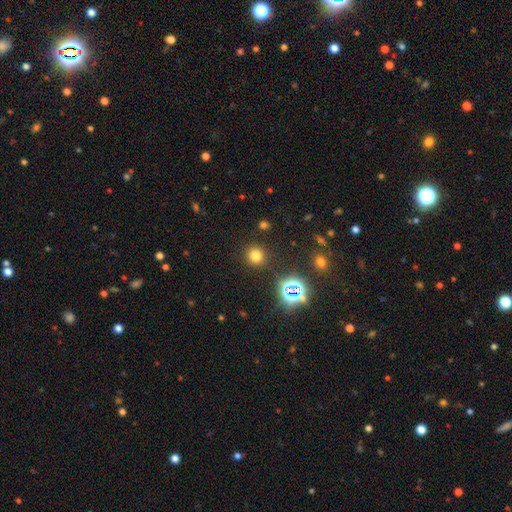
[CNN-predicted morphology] Smooth or featured: smooth — 71% (star or artifact — 23%)
How rounded: round — 92% (in between — 7%)
Merging: none — 89% (minor disturbance — 6%)